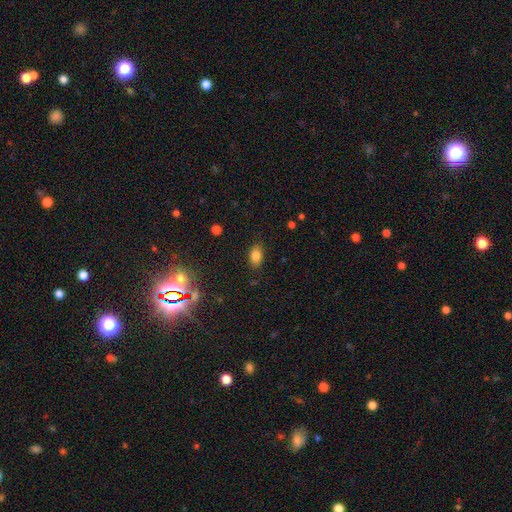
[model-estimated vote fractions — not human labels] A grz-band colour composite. It shows a smooth galaxy with no disk features (82%) that is in between round and cigar-shaped (86%). Merging: none (84%).